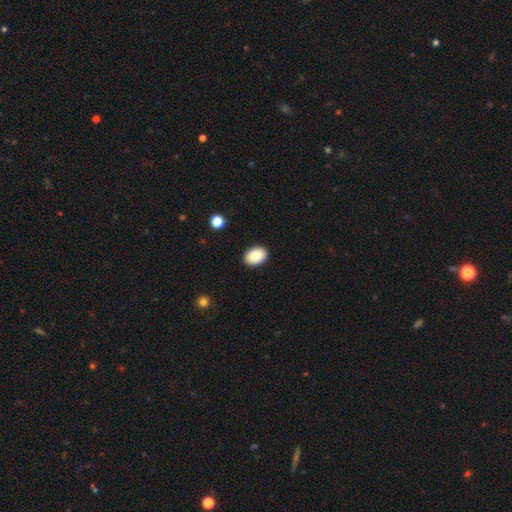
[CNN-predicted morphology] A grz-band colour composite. It shows a smooth galaxy with no disk features (89%) that is in between round and cigar-shaped (79%). Merging: none (90%).